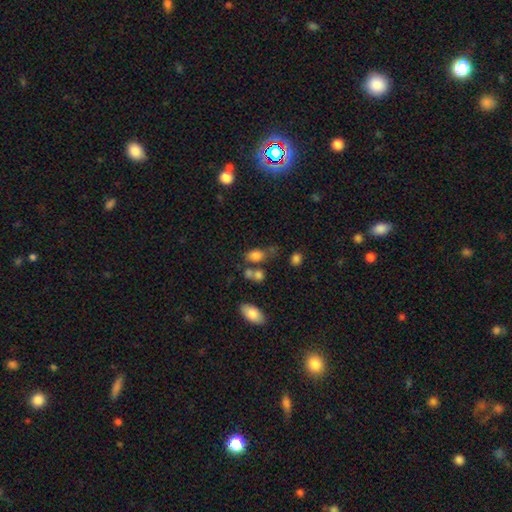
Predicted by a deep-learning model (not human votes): Smooth or featured? smooth (79%)
How rounded? in between (77%)
Merging? none (43%)